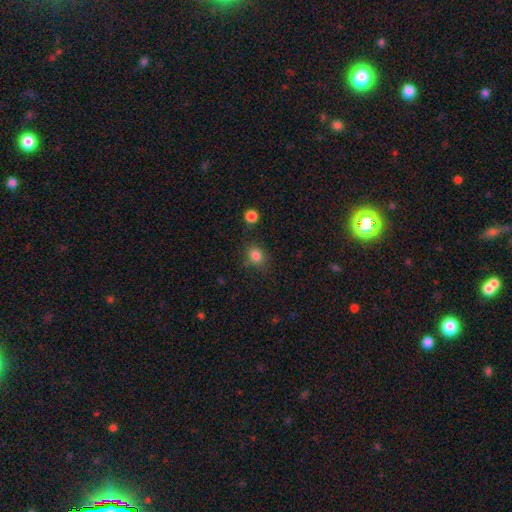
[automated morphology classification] smooth_or_featured: smooth (p=0.83) [alt: star or artifact p=0.12]
how_rounded: round (p=0.57) [alt: in between p=0.42]
merging: none (p=0.77) [alt: minor disturbance p=0.14]